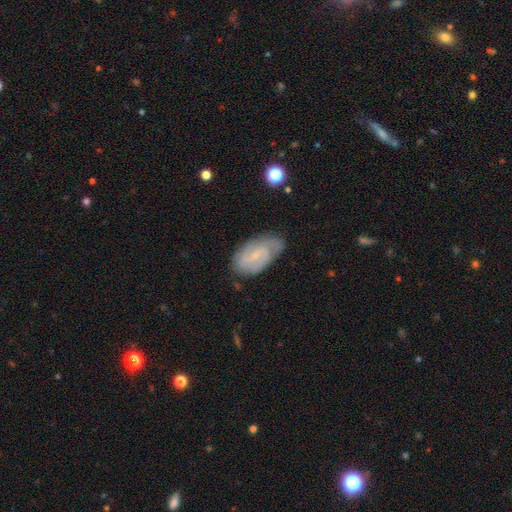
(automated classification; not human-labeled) Q: Smooth or featured?
A: featured or disk (72%); runner-up: smooth (21%)
Q: Edge-on disk?
A: no (96%); runner-up: yes (4%)
Q: Bar?
A: weak (53%); runner-up: no (36%)
Q: Spiral arms?
A: yes (92%); runner-up: no (8%)
Q: Spiral winding?
A: medium (43%); runner-up: tight (42%)
Q: Spiral arm count?
A: 2 (63%); runner-up: can't tell (20%)
Q: Bulge size?
A: small (68%); runner-up: none (17%)
Q: Merging?
A: none (70%); runner-up: minor disturbance (22%)